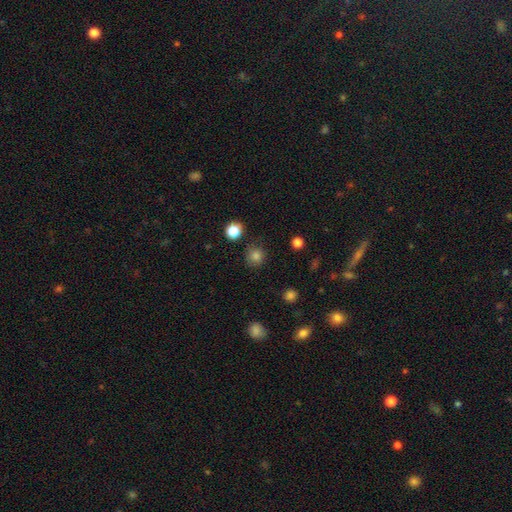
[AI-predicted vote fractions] The model was most divided on "smooth or featured": smooth: 82%, star or artifact: 14%, featured or disk: 5%. More confident: how rounded — round (91%); merging — none (85%).